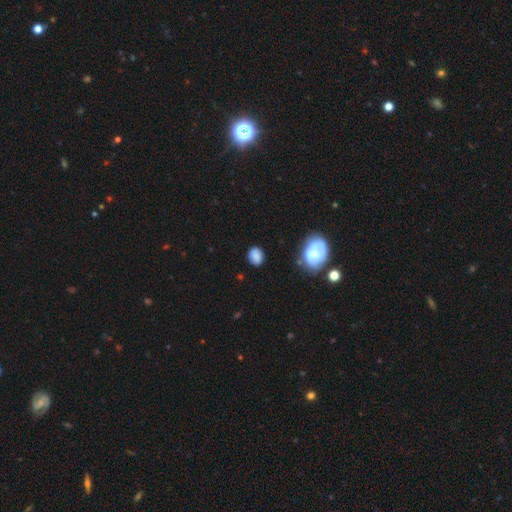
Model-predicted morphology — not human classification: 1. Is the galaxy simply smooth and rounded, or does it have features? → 82% smooth, 9% featured or disk, 9% star or artifact.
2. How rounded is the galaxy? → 54% round, 45% in between, 1% cigar-shaped.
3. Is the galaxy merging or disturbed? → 77% none, 17% minor disturbance, 4% major disturbance, 2% merger.